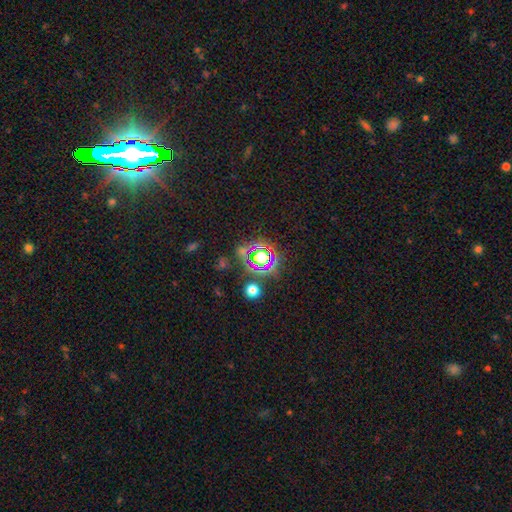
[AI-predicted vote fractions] A star or artifact, not a galaxy (78%).

Vote fractions:
- Smooth or featured? star or artifact: 78% / smooth: 14% / featured or disk: 9%